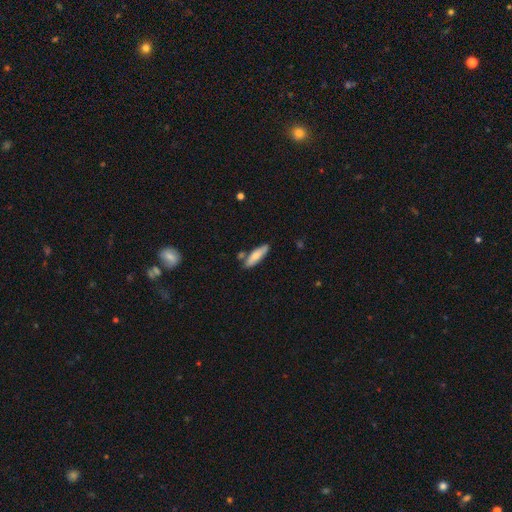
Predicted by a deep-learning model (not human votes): This appears to be a smooth galaxy with no disk features (76%) that is cigar-shaped (57%). Merging: none (75%).